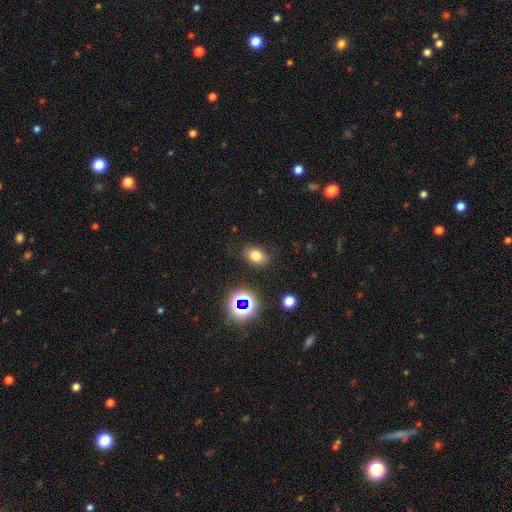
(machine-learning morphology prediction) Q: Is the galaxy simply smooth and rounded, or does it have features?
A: smooth — 74%.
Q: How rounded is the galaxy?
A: in between — 75%.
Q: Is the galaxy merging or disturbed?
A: none — 84%.